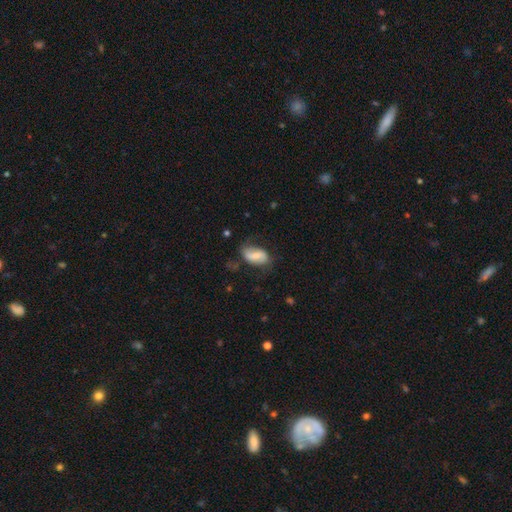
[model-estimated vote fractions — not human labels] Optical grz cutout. It shows a smooth galaxy with no disk features (56%) that is in between round and cigar-shaped (90%). Merging: none (54%).